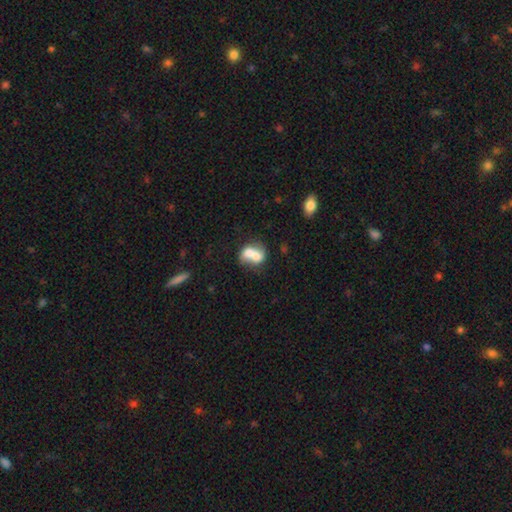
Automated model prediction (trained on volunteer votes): smooth 63%, featured or disk 28%, star or artifact 9%. Down the decision tree: how rounded — in between (66%); merging — merger (66%).